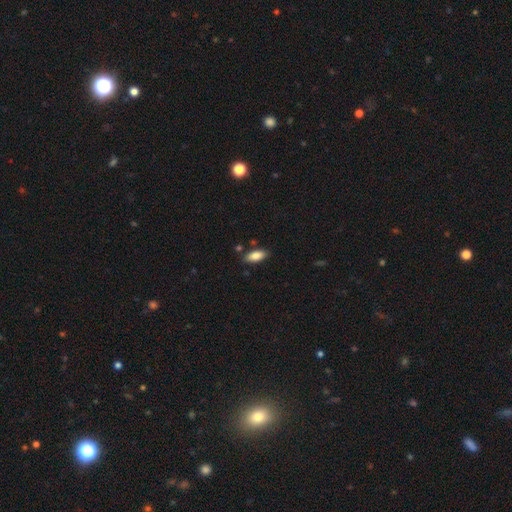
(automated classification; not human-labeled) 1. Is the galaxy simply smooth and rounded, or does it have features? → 85% smooth, 9% featured or disk, 7% star or artifact.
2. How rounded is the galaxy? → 86% in between, 12% cigar-shaped, 2% round.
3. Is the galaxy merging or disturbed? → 84% none, 11% minor disturbance, 3% merger, 2% major disturbance.